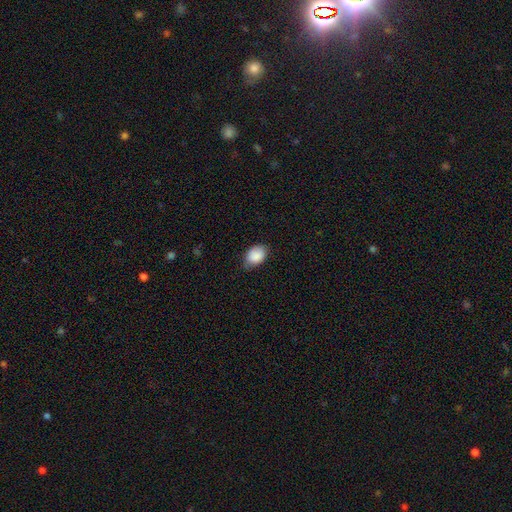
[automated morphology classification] Overall: smooth (89%). How rounded: in between (78%). Merging: none (71%).